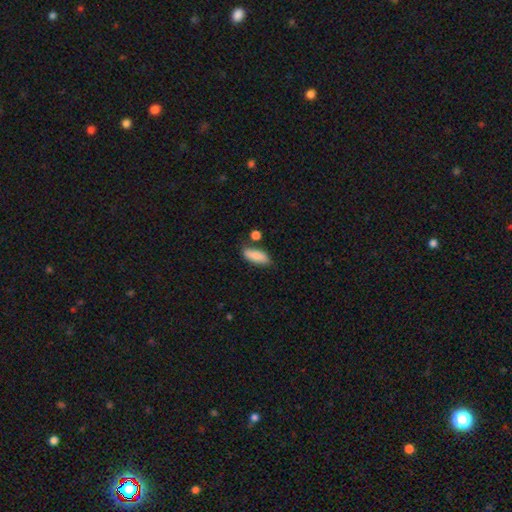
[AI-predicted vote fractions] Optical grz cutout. It shows a smooth galaxy with no disk features (86%) that is in between round and cigar-shaped (75%). Merging: none (68%).